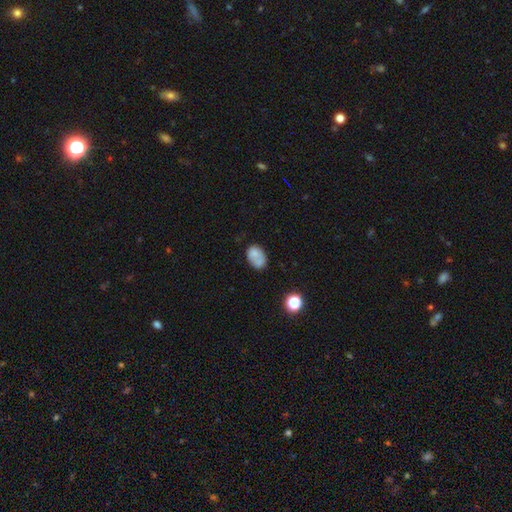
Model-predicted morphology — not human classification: Q: Smooth or featured?
A: smooth (72%); runner-up: featured or disk (17%)
Q: How rounded?
A: in between (74%); runner-up: round (25%)
Q: Merging?
A: none (54%); runner-up: minor disturbance (23%)